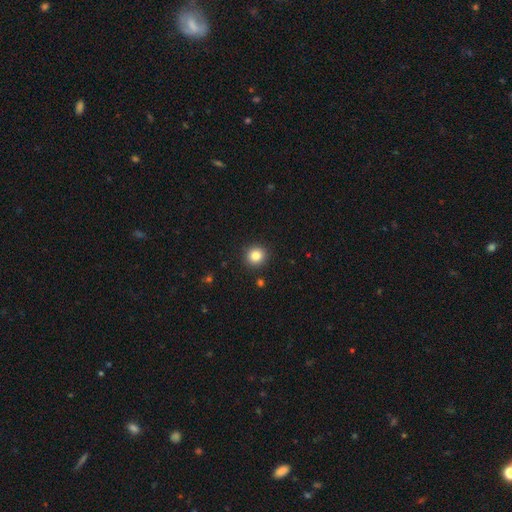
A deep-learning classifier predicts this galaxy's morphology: Smooth or featured?
  - smooth: 84% *
  - star or artifact: 10%
  - featured or disk: 5%
How rounded?
  - round: 92% *
  - in between: 7%
  - cigar-shaped: 1%
Merging?
  - none: 92% *
  - minor disturbance: 5%
  - major disturbance: 2%
  - merger: 1%